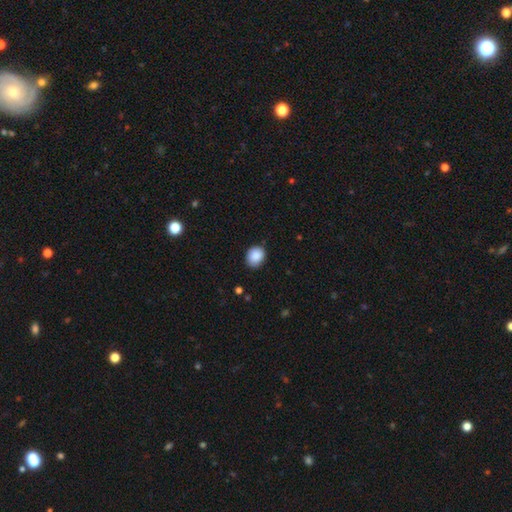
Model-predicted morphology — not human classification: Smooth or featured?
  - smooth: 88% *
  - star or artifact: 8%
  - featured or disk: 4%
How rounded?
  - round: 54% *
  - in between: 45%
  - cigar-shaped: 1%
Merging?
  - none: 81% *
  - minor disturbance: 15%
  - major disturbance: 2%
  - merger: 1%